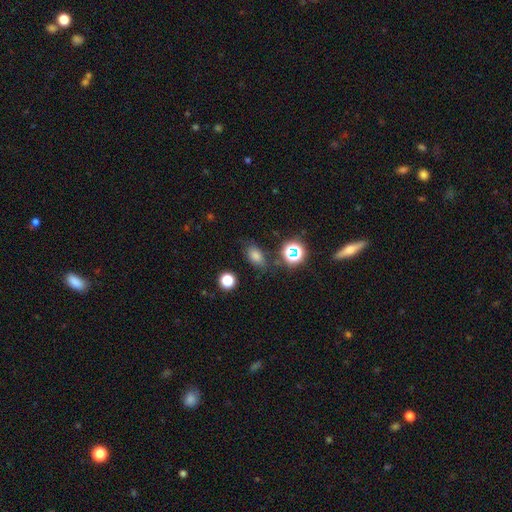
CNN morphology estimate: Smooth or featured: smooth — 64% (star or artifact — 25%)
How rounded: in between — 76% (round — 20%)
Merging: none — 77% (minor disturbance — 14%)